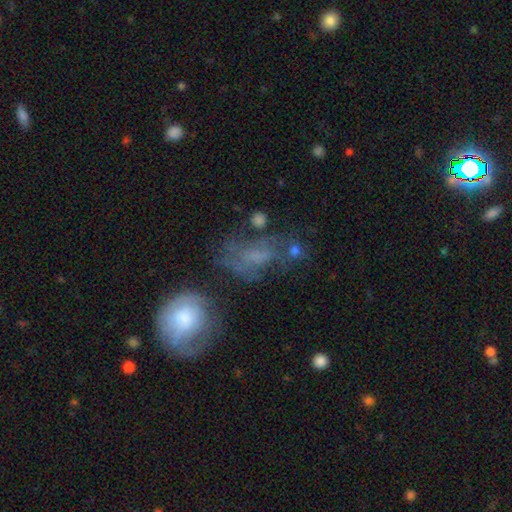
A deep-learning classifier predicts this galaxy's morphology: Smooth or featured? Predicted: smooth (p=0.40, tied with featured or disk). Merging? Predicted: none (p=0.45).